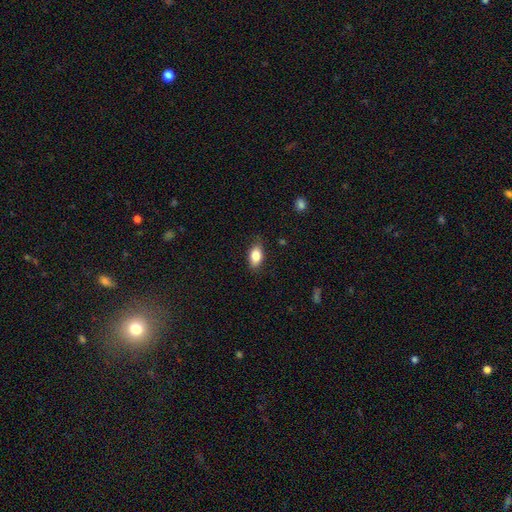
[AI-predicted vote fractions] Smooth or featured? Predicted: smooth (p=0.84). How rounded? Predicted: in between (p=0.88). Merging? Predicted: none (p=0.82).